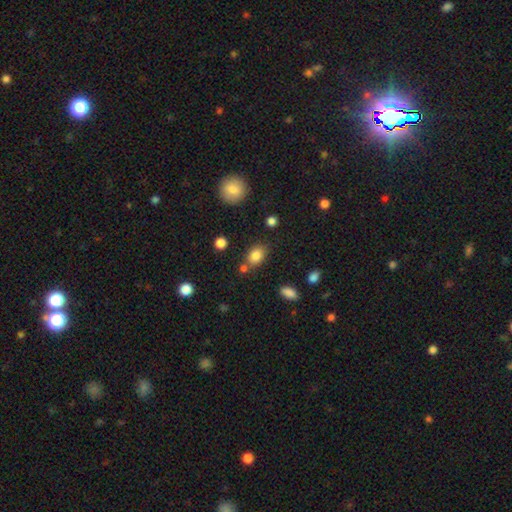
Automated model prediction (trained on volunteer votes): Q: Smooth or featured?
A: smooth (82%); runner-up: star or artifact (10%)
Q: How rounded?
A: in between (74%); runner-up: round (24%)
Q: Merging?
A: none (69%); runner-up: minor disturbance (15%)